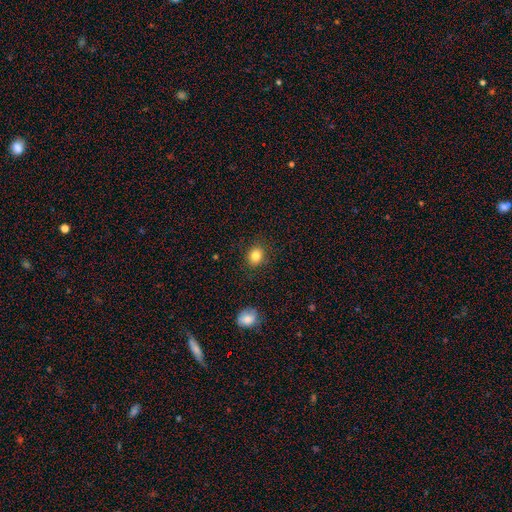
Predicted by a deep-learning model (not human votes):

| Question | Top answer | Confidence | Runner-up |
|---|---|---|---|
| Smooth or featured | smooth | 84% | star or artifact (10%) |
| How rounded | round | 61% | in between (38%) |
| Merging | none | 87% | minor disturbance (9%) |